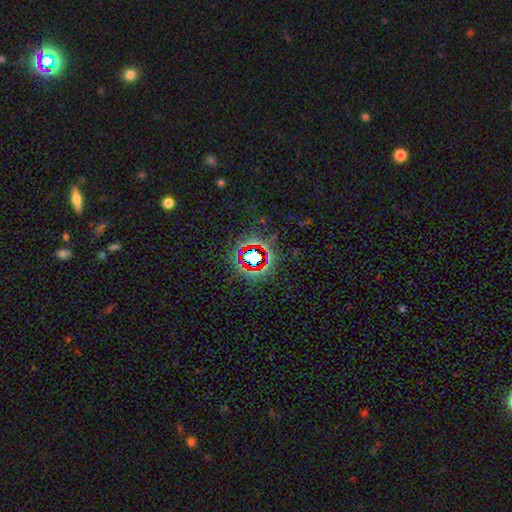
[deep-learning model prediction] Q: Smooth or featured?
A: star or artifact (73%); runner-up: smooth (17%)